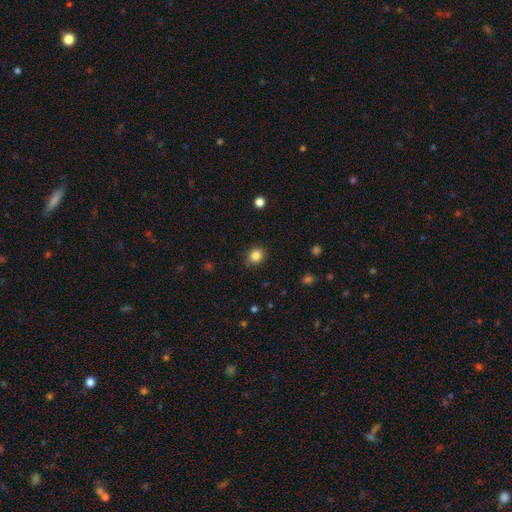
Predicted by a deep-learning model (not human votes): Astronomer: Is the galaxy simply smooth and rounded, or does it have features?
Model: smooth — 85%.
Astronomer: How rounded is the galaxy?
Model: round — 80%.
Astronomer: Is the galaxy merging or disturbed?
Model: none — 86%.